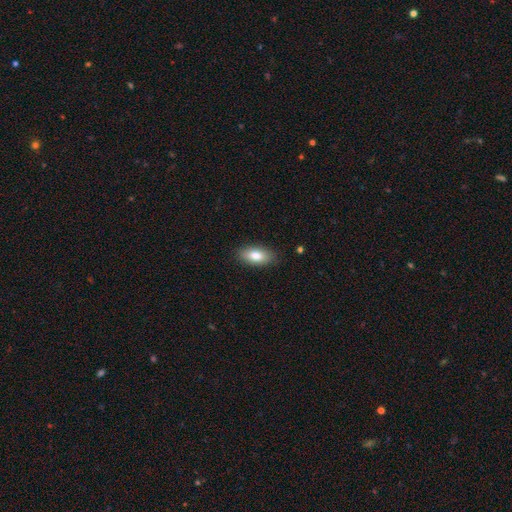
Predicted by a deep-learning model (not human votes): smooth-or-featured: smooth: 82% | featured or disk: 11% | star or artifact: 7%
  how-rounded: in between: 90% | cigar-shaped: 7% | round: 4%
  merging: none: 87% | minor disturbance: 10% | major disturbance: 2% | merger: 1%